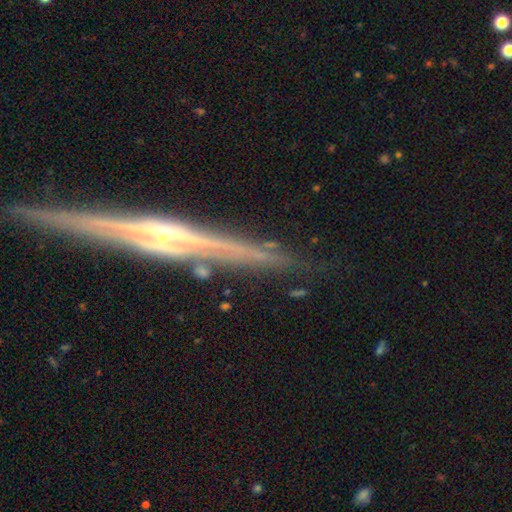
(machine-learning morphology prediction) Smooth or featured? Predicted: featured or disk (p=0.77). Edge-on disk? Predicted: yes (p=0.93). Edge-on bulge? Predicted: rounded (p=0.69). Merging? Predicted: none (p=0.77).